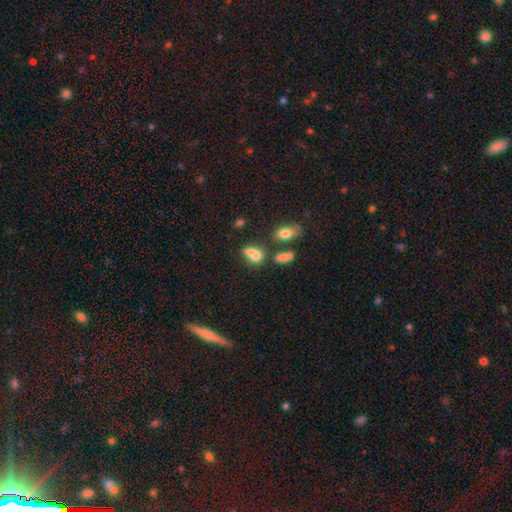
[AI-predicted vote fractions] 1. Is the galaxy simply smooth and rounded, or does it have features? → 74% smooth, 13% featured or disk, 13% star or artifact.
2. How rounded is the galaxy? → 69% in between, 26% round, 5% cigar-shaped.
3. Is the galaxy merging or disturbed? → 44% merger, 31% none, 15% minor disturbance, 10% major disturbance.